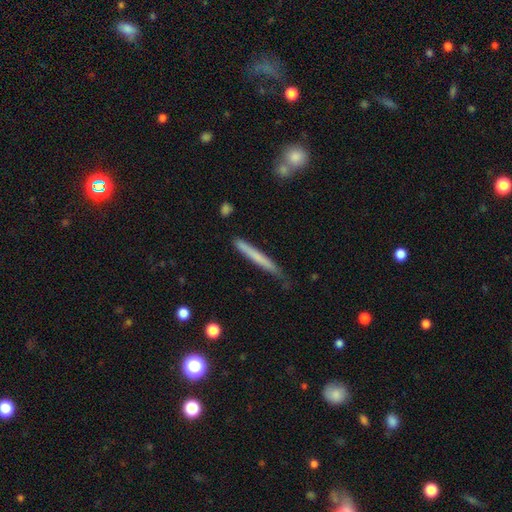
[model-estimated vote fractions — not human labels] A smooth galaxy with no disk features (63%) that is cigar-shaped (97%).

Vote fractions:
- Smooth or featured? smooth: 63% / featured or disk: 31% / star or artifact: 6%
- How rounded? cigar-shaped: 97% / in between: 2% / round: 1%
- Merging? none: 76% / minor disturbance: 19% / major disturbance: 3% / merger: 2%